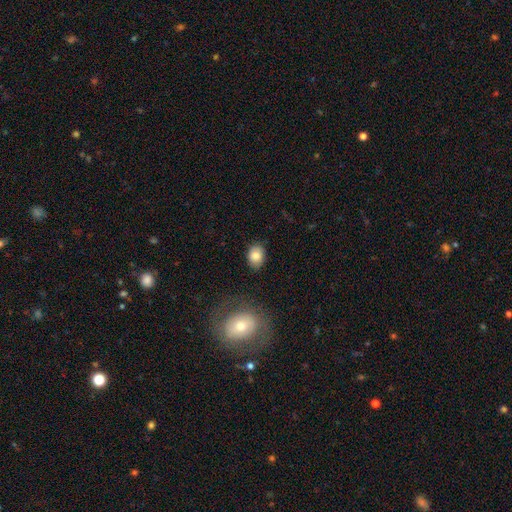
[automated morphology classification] A smooth galaxy with no disk features (83%) that is in between round and cigar-shaped (65%).

Vote fractions:
- Smooth or featured? smooth: 83% / featured or disk: 9% / star or artifact: 8%
- How rounded? in between: 65% / round: 34% / cigar-shaped: 1%
- Merging? none: 84% / minor disturbance: 11% / major disturbance: 3% / merger: 2%